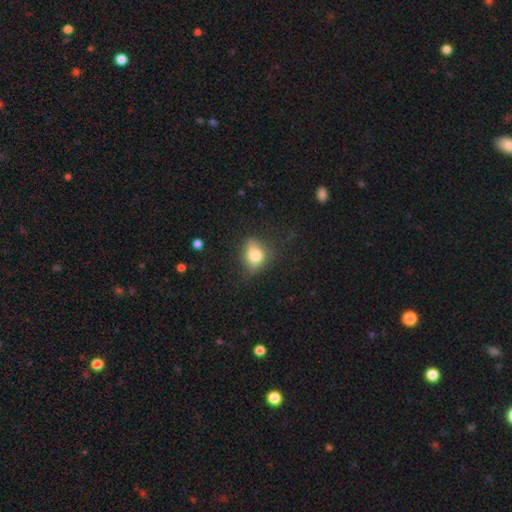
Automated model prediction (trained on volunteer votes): Smooth or featured: smooth — 72% (featured or disk — 17%)
How rounded: in between — 58% (round — 39%)
Merging: none — 54% (minor disturbance — 30%)